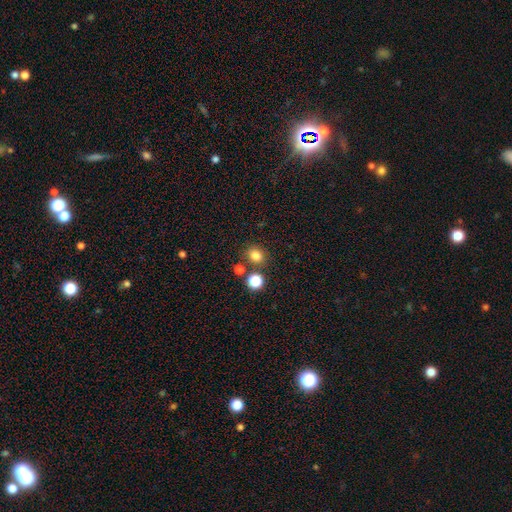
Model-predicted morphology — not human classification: type=smooth (81%); roundness=round (66%); merging=none (78%).